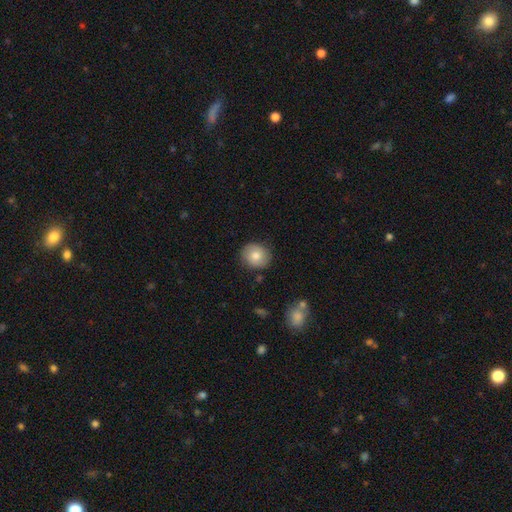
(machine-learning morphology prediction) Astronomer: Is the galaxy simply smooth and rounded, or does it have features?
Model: smooth — 75%.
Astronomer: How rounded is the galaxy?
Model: round — 81%.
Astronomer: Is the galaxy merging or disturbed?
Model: none — 85%.